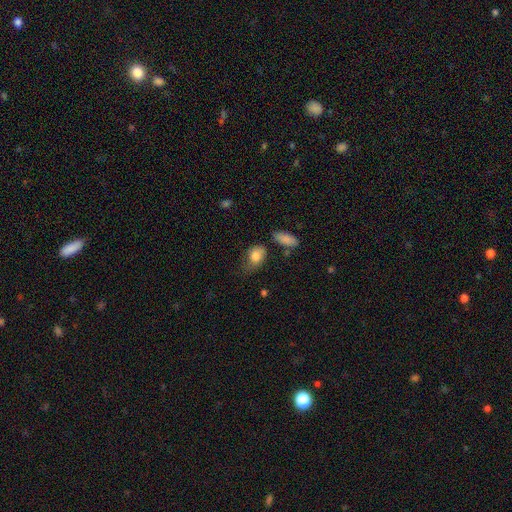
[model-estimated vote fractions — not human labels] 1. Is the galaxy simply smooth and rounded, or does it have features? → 81% smooth, 12% featured or disk, 7% star or artifact.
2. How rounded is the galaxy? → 80% in between, 18% round, 2% cigar-shaped.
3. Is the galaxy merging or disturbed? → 41% none, 36% minor disturbance, 18% major disturbance, 5% merger.